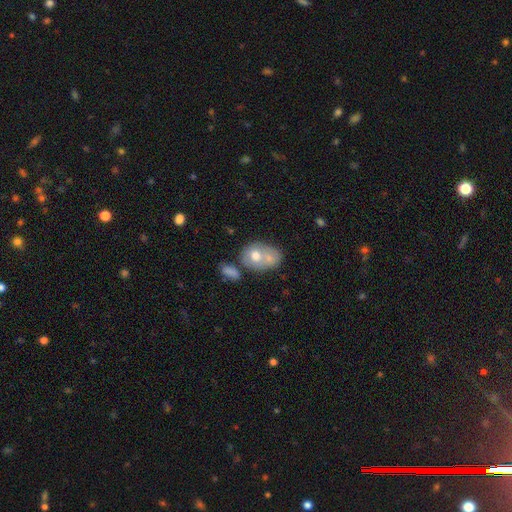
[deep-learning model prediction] Smooth or featured: smooth — 64% (featured or disk — 29%)
How rounded: in between — 62% (round — 37%)
Merging: merger — 57% (none — 24%)